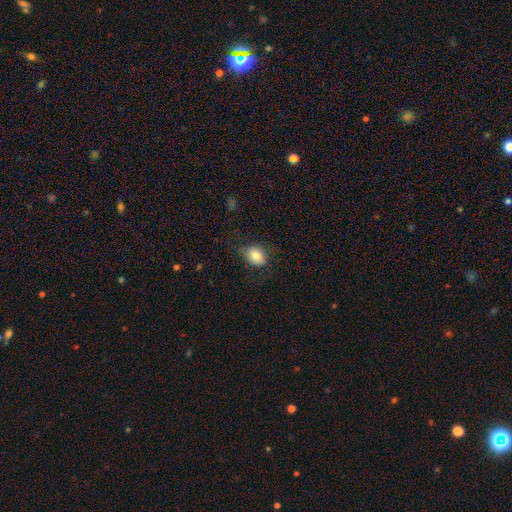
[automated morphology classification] Smooth or featured: smooth — 81% (featured or disk — 10%)
How rounded: in between — 62% (round — 37%)
Merging: none — 70% (minor disturbance — 21%)